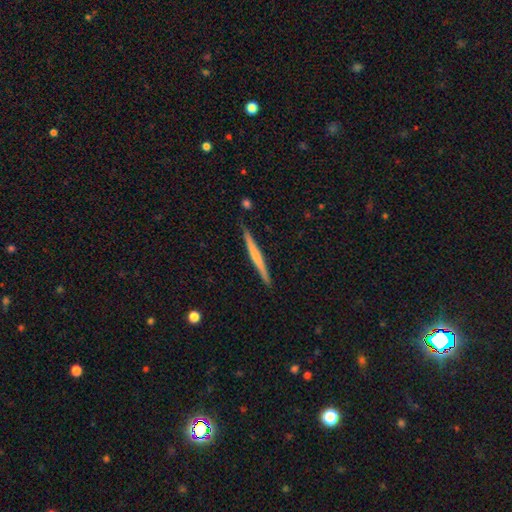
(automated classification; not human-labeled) This appears to be a smooth galaxy with no disk features (48%). Merging: none (89%).